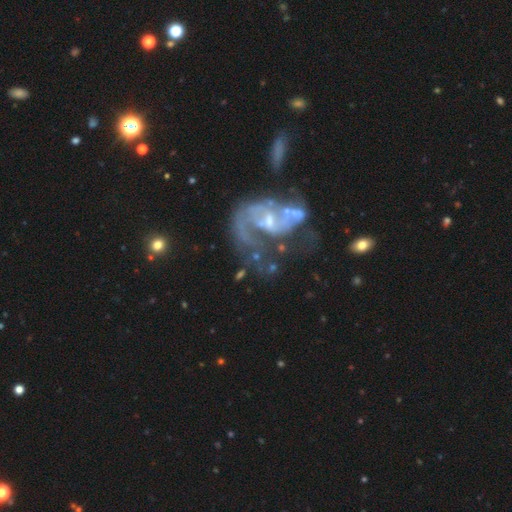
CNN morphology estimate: Q: Smooth or featured?
A: featured or disk (81%); runner-up: star or artifact (10%)
Q: Edge-on disk?
A: no (97%); runner-up: yes (3%)
Q: Bar?
A: no (57%); runner-up: weak (33%)
Q: Spiral arms?
A: yes (75%); runner-up: no (25%)
Q: Spiral winding?
A: medium (41%); runner-up: loose (31%)
Q: Spiral arm count?
A: 2 (40%); runner-up: 1 (28%)
Q: Bulge size?
A: small (54%); runner-up: moderate (32%)
Q: Merging?
A: major disturbance (34%); runner-up: merger (26%)